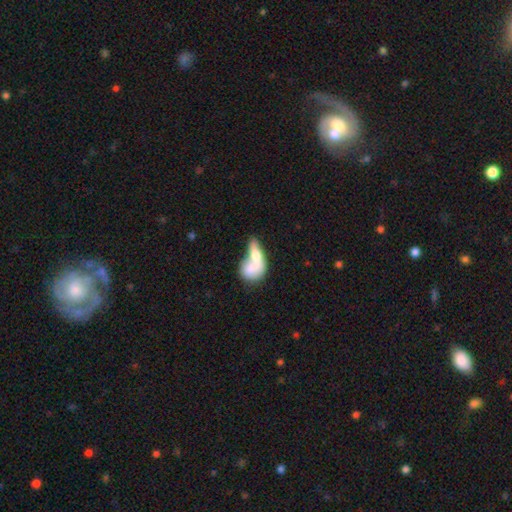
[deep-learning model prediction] A smooth galaxy with no disk features (59%) that is in between round and cigar-shaped (71%). Merging: merger (63%).